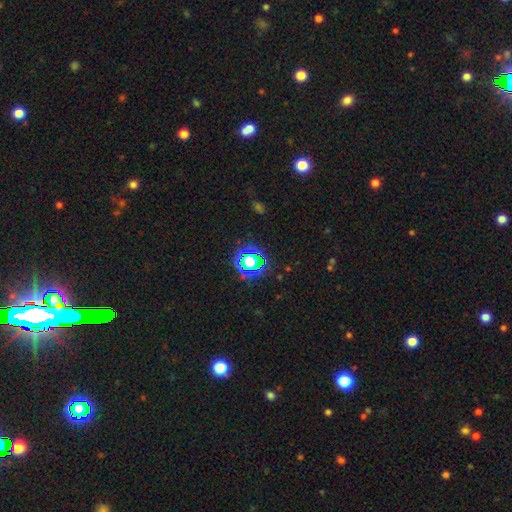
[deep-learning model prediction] Smooth or featured? Predicted: star or artifact (p=0.65).